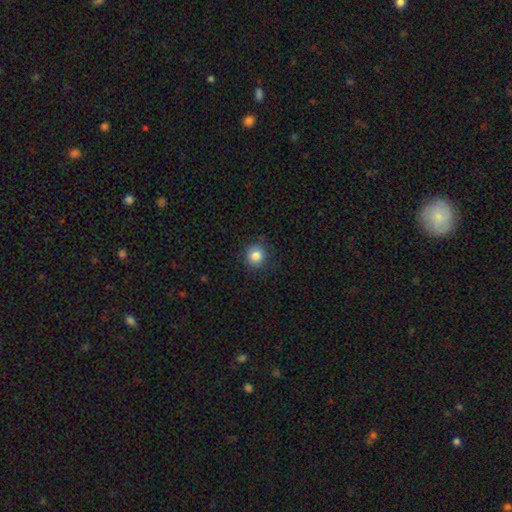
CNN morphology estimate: Overall: smooth (84%). How rounded: round (89%). Merging: none (85%).